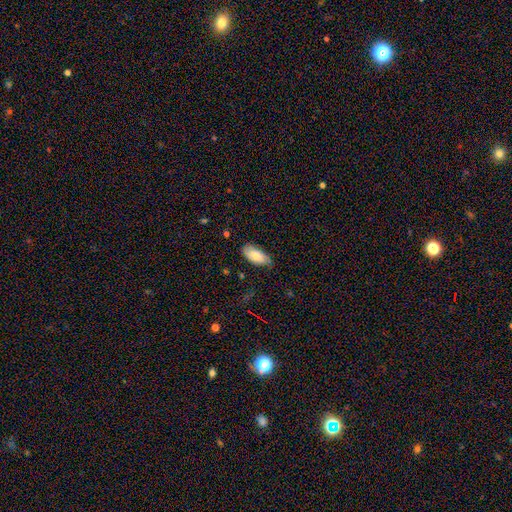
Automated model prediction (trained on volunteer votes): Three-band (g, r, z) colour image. It shows a smooth galaxy with no disk features (79%) that is in between round and cigar-shaped (92%). Merging: none (67%).